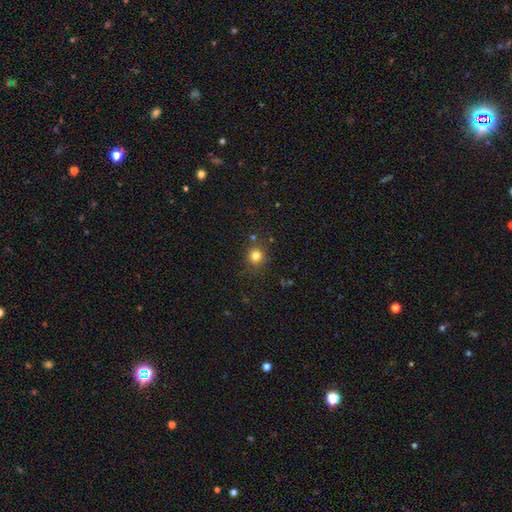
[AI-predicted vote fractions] Smooth or featured: smooth — 81% (star or artifact — 14%)
How rounded: round — 91% (in between — 8%)
Merging: none — 83% (minor disturbance — 10%)